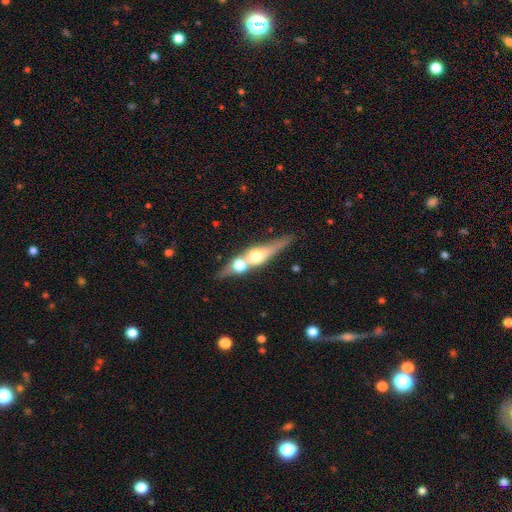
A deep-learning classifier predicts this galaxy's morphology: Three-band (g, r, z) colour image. It shows a featured or disk galaxy (65%) viewed edge-on (91%) with a rounded central bulge (94%). Merging: none (49%).